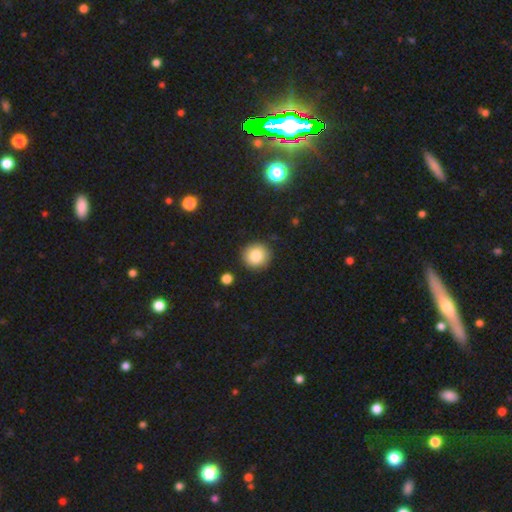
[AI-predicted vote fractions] Smooth or featured? Predicted: smooth (p=0.82). How rounded? Predicted: round (p=0.93). Merging? Predicted: none (p=0.89).